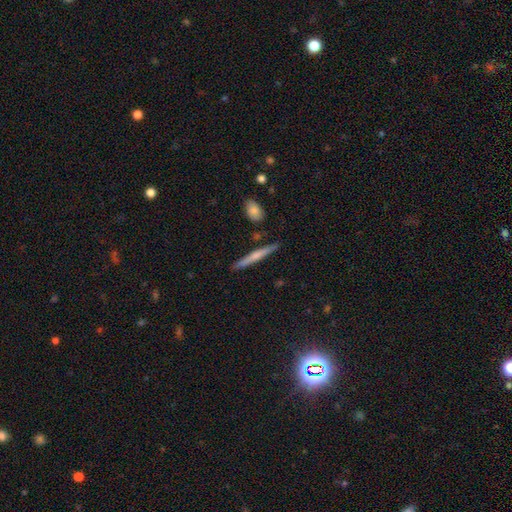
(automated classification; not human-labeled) Smooth or featured? smooth (50%)
How rounded? cigar-shaped (95%)
Merging? none (87%)